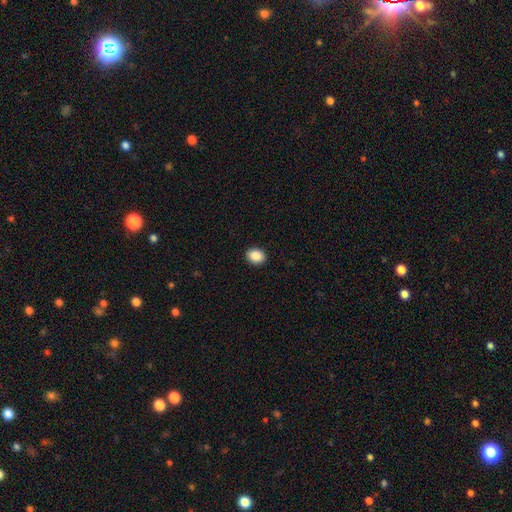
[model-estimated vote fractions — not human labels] Morphology: type=smooth (87%); roundness=round (50%); merging=none (92%).